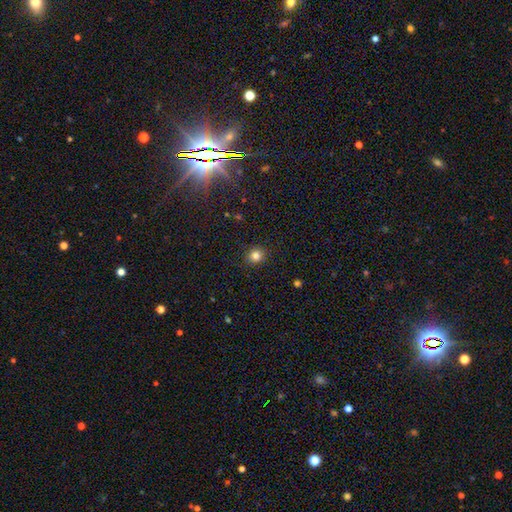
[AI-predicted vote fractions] This is clearly a smooth galaxy (82%). How rounded: clearly round (82%). Merging: clearly none (91%).